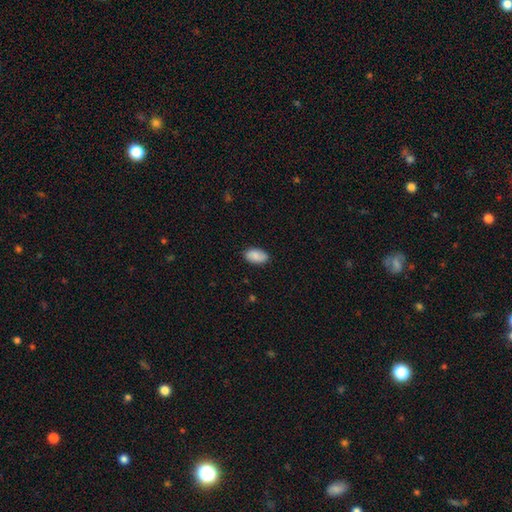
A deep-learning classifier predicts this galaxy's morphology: This is clearly a smooth galaxy (86%). How rounded: clearly in between (94%). Merging: clearly none (84%).